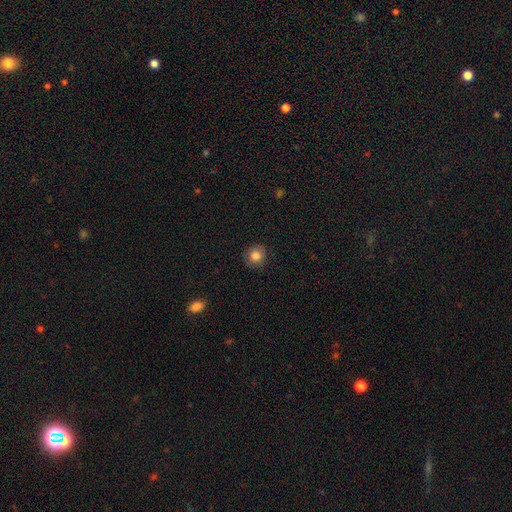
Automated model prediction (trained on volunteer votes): Smooth or featured: smooth — 84% (star or artifact — 10%)
How rounded: round — 90% (in between — 9%)
Merging: none — 87% (minor disturbance — 10%)